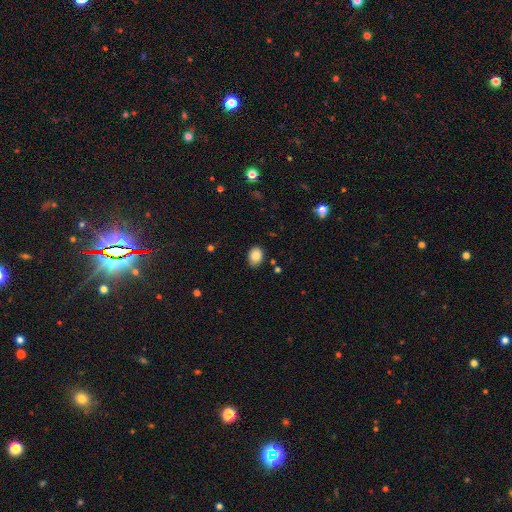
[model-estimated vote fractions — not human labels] The model was most divided on "how rounded": in between: 70%, round: 29%, cigar-shaped: 1%. More confident: smooth or featured — smooth (85%); merging — none (83%).